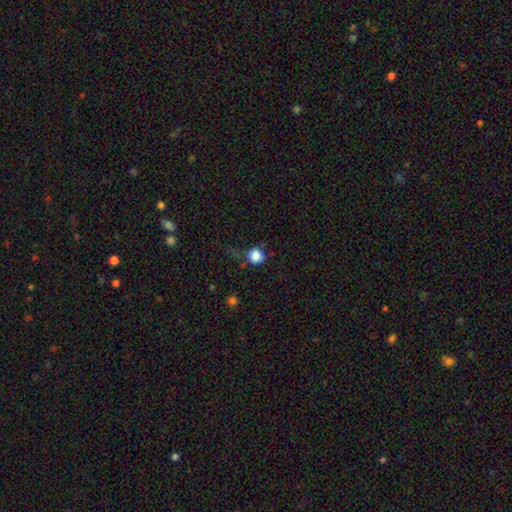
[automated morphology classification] Smooth or featured?
  - smooth: 84% *
  - star or artifact: 10%
  - featured or disk: 6%
How rounded?
  - round: 89% *
  - in between: 10%
  - cigar-shaped: 1%
Merging?
  - none: 61% *
  - minor disturbance: 22%
  - major disturbance: 12%
  - merger: 5%